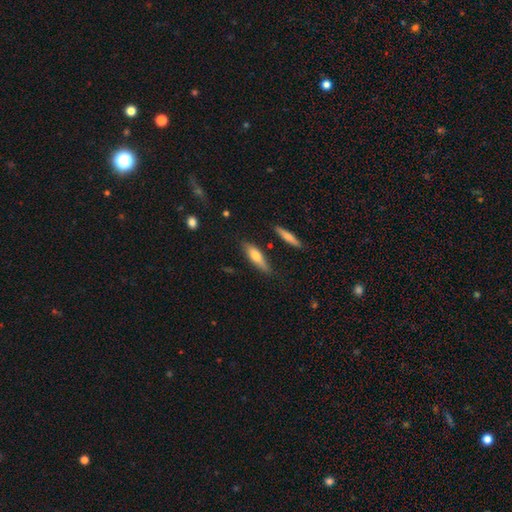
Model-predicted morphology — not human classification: The model was most divided on "how rounded": cigar-shaped: 58%, in between: 40%, round: 3%. More confident: merging — none (79%); smooth or featured — smooth (64%).